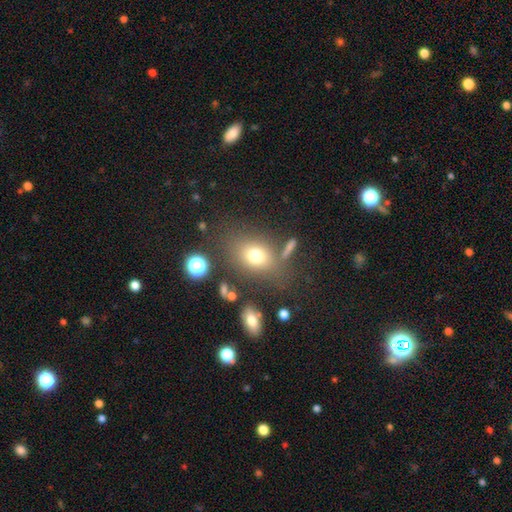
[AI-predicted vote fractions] A smooth galaxy with no disk features (72%) that is in between round and cigar-shaped (54%).

Vote fractions:
- Smooth or featured? smooth: 72% / star or artifact: 15% / featured or disk: 13%
- How rounded? in between: 54% / round: 44% / cigar-shaped: 2%
- Merging? none: 68% / minor disturbance: 15% / major disturbance: 9% / merger: 8%